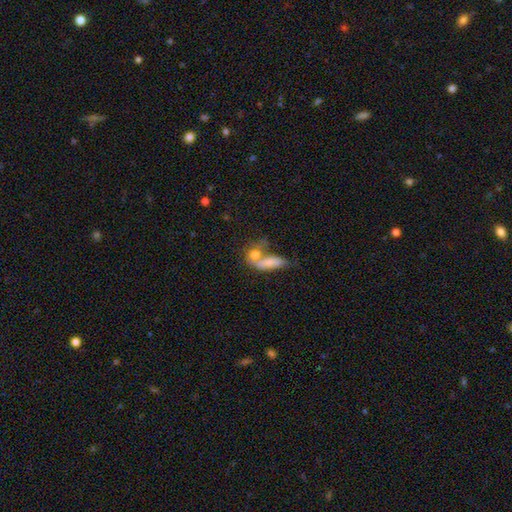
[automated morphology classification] smooth_or_featured: smooth (p=0.65) [alt: featured or disk p=0.24]
how_rounded: in between (p=0.59) [alt: cigar-shaped p=0.23]
merging: merger (p=0.55) [alt: none p=0.26]